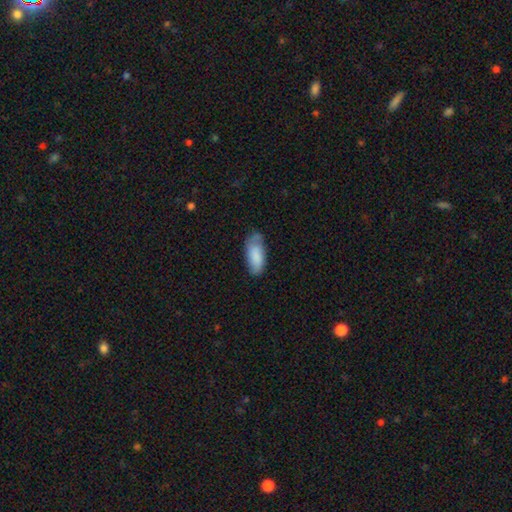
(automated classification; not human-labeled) Smooth or featured?
  - smooth: 83% *
  - featured or disk: 11%
  - star or artifact: 6%
How rounded?
  - in between: 87% *
  - cigar-shaped: 12%
  - round: 2%
Merging?
  - none: 58% *
  - minor disturbance: 31%
  - major disturbance: 8%
  - merger: 3%